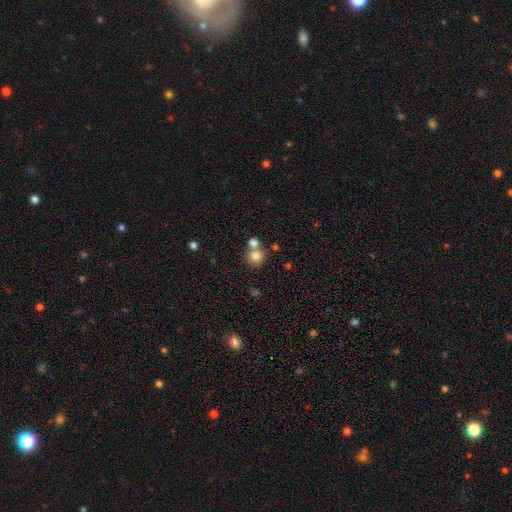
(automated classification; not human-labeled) Smooth or featured?
  - smooth: 80% *
  - star or artifact: 11%
  - featured or disk: 9%
How rounded?
  - round: 88% *
  - in between: 11%
  - cigar-shaped: 1%
Merging?
  - none: 55% *
  - merger: 34%
  - minor disturbance: 7%
  - major disturbance: 3%